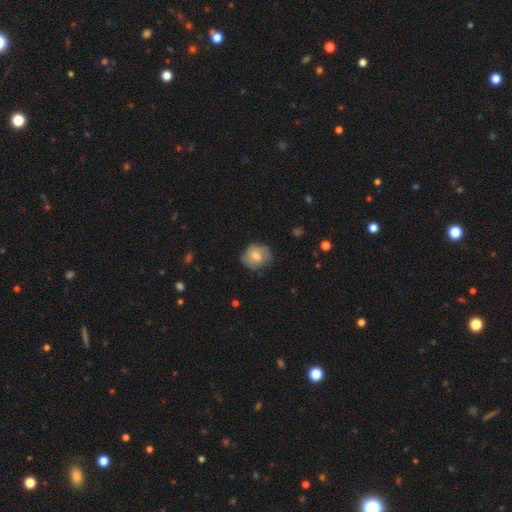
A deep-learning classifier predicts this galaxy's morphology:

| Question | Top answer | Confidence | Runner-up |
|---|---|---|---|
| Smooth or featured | smooth | 66% | featured or disk (26%) |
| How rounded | round | 69% | in between (30%) |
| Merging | none | 66% | minor disturbance (25%) |